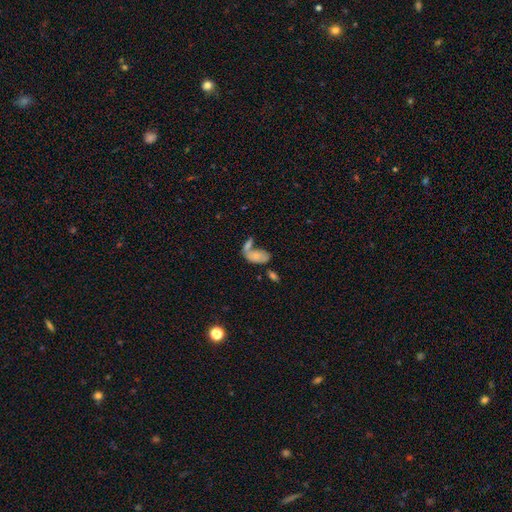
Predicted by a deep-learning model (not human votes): The model was most divided on "merging": merger: 49%, none: 26%, minor disturbance: 13%, major disturbance: 12%. More confident: how rounded — in between (91%); smooth or featured — smooth (69%).